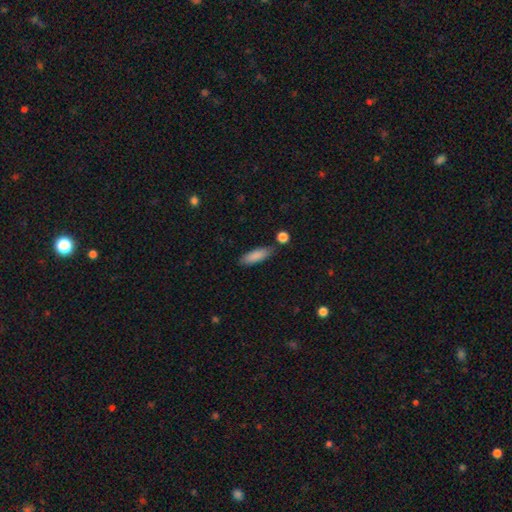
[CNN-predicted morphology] Q: Smooth or featured?
A: smooth (87%); runner-up: featured or disk (7%)
Q: How rounded?
A: in between (54%); runner-up: cigar-shaped (44%)
Q: Merging?
A: none (76%); runner-up: minor disturbance (15%)